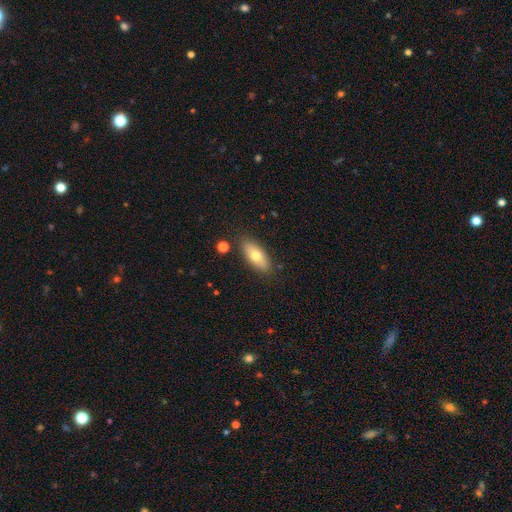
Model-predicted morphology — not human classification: A smooth galaxy with no disk features (70%) that is in between round and cigar-shaped (82%).

Vote fractions:
- Smooth or featured? smooth: 70% / featured or disk: 24% / star or artifact: 7%
- How rounded? in between: 82% / cigar-shaped: 14% / round: 3%
- Merging? none: 84% / minor disturbance: 11% / major disturbance: 3% / merger: 2%